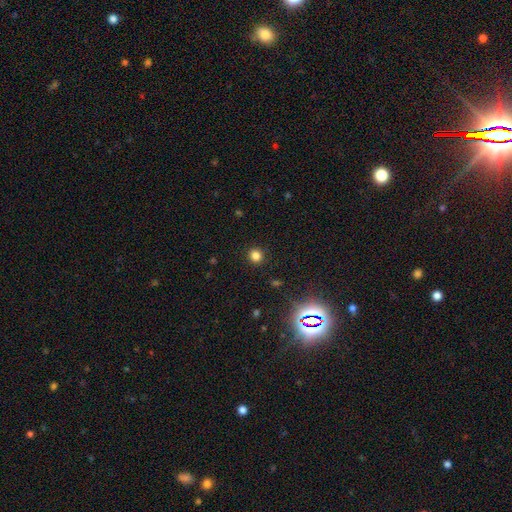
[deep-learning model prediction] Q: Smooth or featured?
A: smooth (80%); runner-up: star or artifact (16%)
Q: How rounded?
A: round (91%); runner-up: in between (8%)
Q: Merging?
A: none (91%); runner-up: minor disturbance (5%)